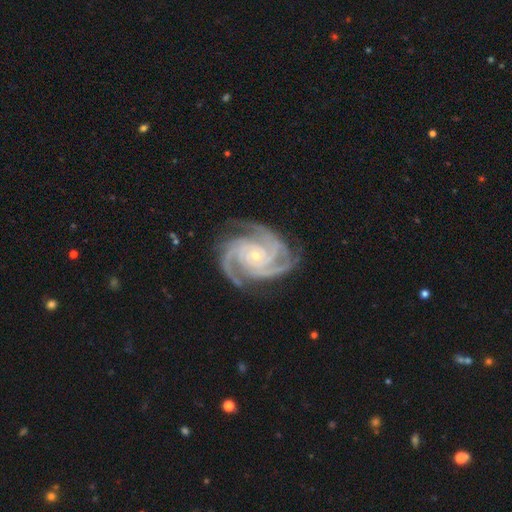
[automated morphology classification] Smooth or featured? Predicted: featured or disk (p=0.94). Edge-on disk? Predicted: no (p=0.98). Bar? Predicted: no (p=0.72). Spiral arms? Predicted: yes (p=0.99). Spiral winding? Predicted: tight (p=0.65). Spiral arm count? Predicted: 3 (p=0.58). Bulge size? Predicted: small (p=0.80). Merging? Predicted: none (p=0.78).